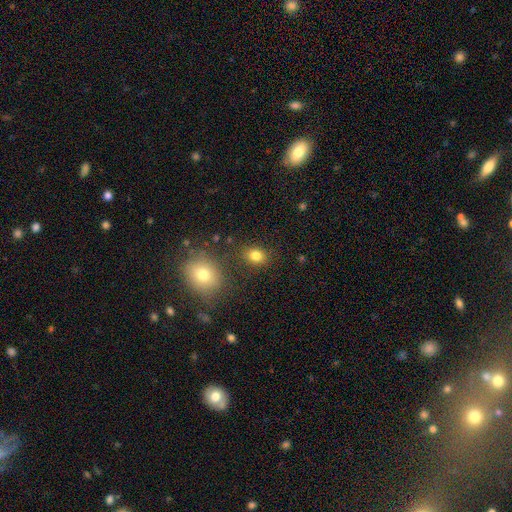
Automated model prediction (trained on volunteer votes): The model was most divided on "how rounded": in between: 56%, round: 43%, cigar-shaped: 1%. More confident: merging — none (82%); smooth or featured — smooth (80%).